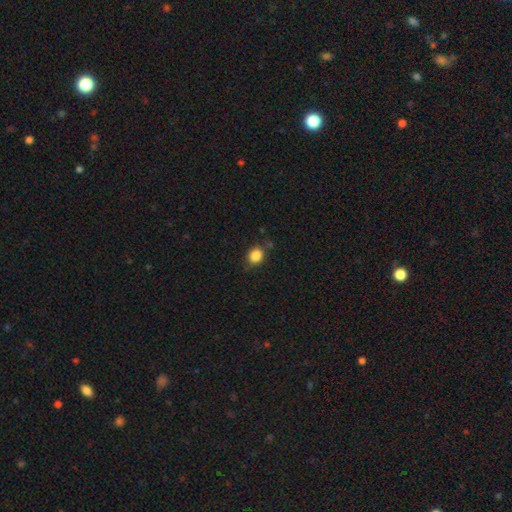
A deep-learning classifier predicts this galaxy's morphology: Smooth or featured? Predicted: smooth (p=0.86). How rounded? Predicted: round (p=0.57). Merging? Predicted: none (p=0.77).